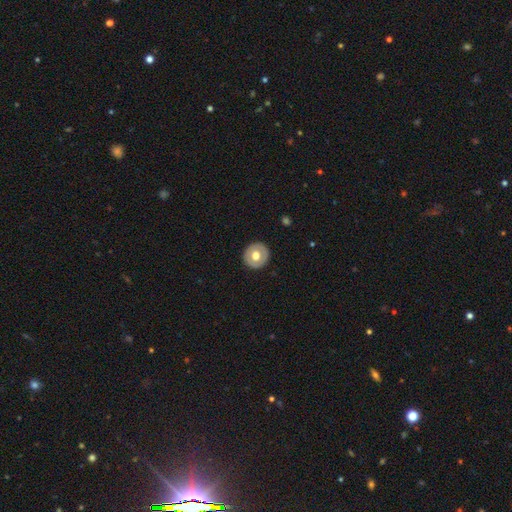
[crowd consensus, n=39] smooth-or-featured: smooth: 56% | featured or disk: 38% | star or artifact: 5%
  how-rounded: round: 86% | in between: 9% | cigar-shaped: 5%
  merging: none: 86% | minor disturbance: 11% | major disturbance: 3% | merger: 0%